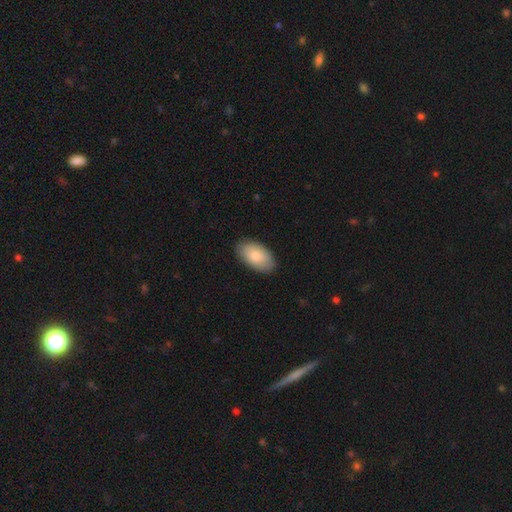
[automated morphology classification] Overall: smooth (83%). How rounded: in between (95%). Merging: none (87%).